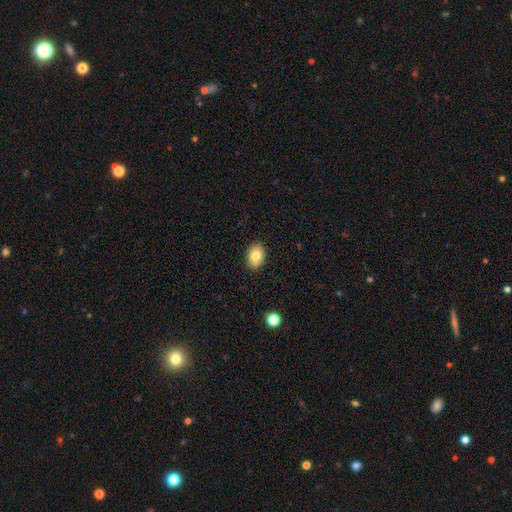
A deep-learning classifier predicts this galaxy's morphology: Smooth or featured? Predicted: smooth (p=0.80). How rounded? Predicted: in between (p=0.84). Merging? Predicted: none (p=0.88).